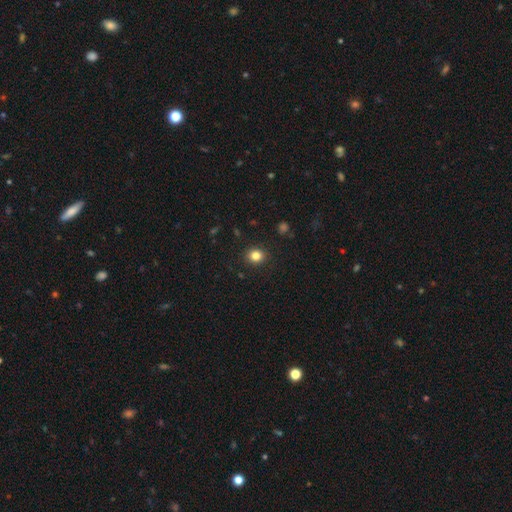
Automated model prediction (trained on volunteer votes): smooth_or_featured: smooth (p=0.83) [alt: star or artifact p=0.12]
how_rounded: round (p=0.77) [alt: in between p=0.23]
merging: none (p=0.90) [alt: minor disturbance p=0.07]